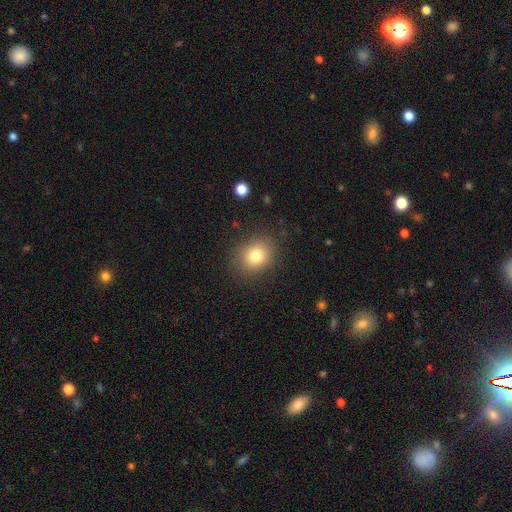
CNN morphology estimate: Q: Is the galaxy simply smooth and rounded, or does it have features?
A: smooth — 79%.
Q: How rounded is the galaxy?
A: round — 64%.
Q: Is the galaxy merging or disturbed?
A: none — 85%.